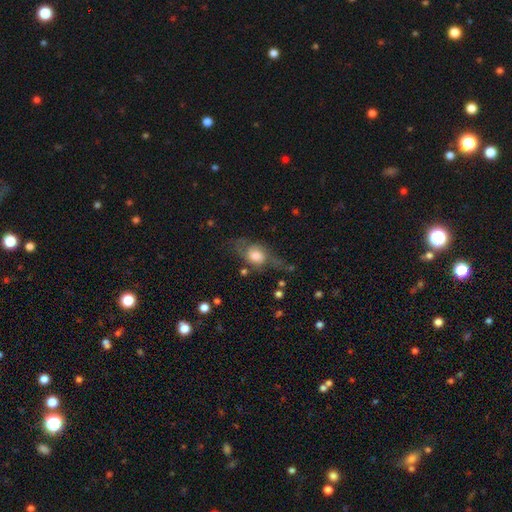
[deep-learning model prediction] A smooth galaxy with no disk features (54%) that is in between round and cigar-shaped (51%).

Vote fractions:
- Smooth or featured? smooth: 54% / featured or disk: 38% / star or artifact: 9%
- How rounded? in between: 51% / round: 45% / cigar-shaped: 4%
- Merging? none: 40% / major disturbance: 30% / minor disturbance: 26% / merger: 4%